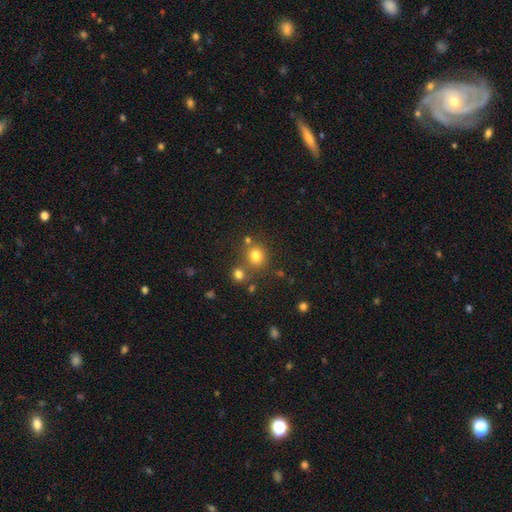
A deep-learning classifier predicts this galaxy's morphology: A smooth galaxy with no disk features (77%) that is round (83%). Merging: none (70%).